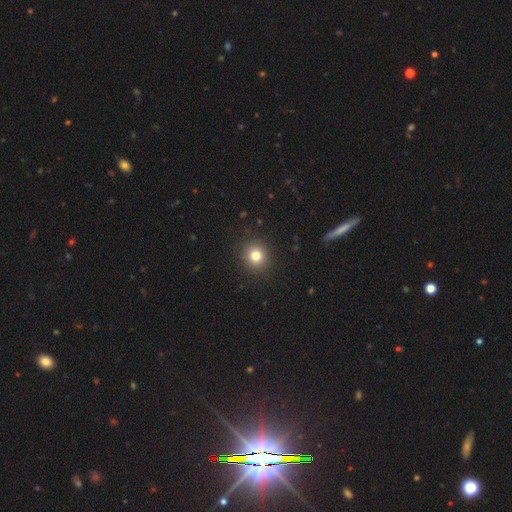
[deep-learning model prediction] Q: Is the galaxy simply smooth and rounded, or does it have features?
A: smooth — 80%.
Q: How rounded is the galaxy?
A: round — 91%.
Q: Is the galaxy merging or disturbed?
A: none — 92%.